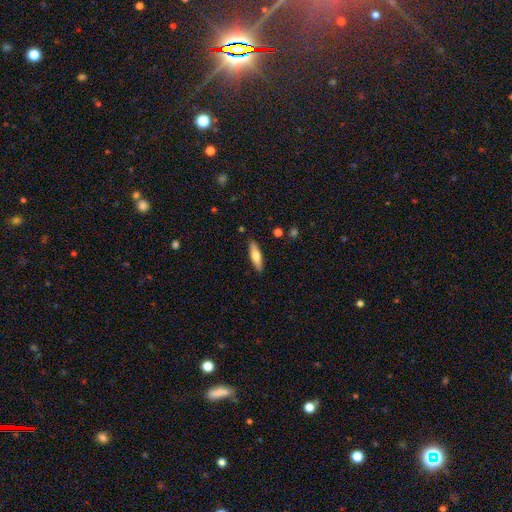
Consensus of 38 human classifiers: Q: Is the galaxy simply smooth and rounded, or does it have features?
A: smooth — 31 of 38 (82%).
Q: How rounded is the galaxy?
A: cigar-shaped — 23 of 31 (74%).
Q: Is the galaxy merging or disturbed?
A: none — 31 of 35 (89%).